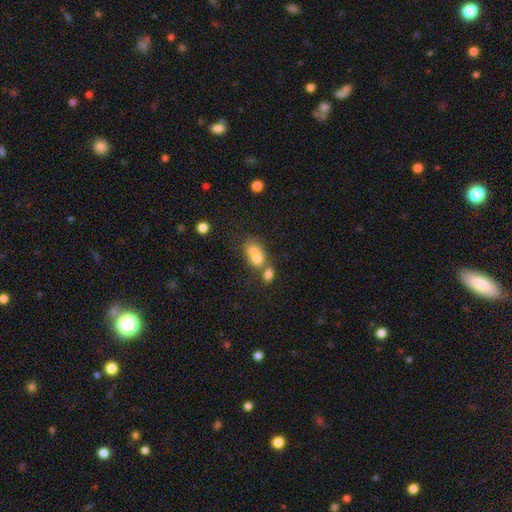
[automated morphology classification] type=smooth (70%); roundness=in between (53%); merging=merger (67%).